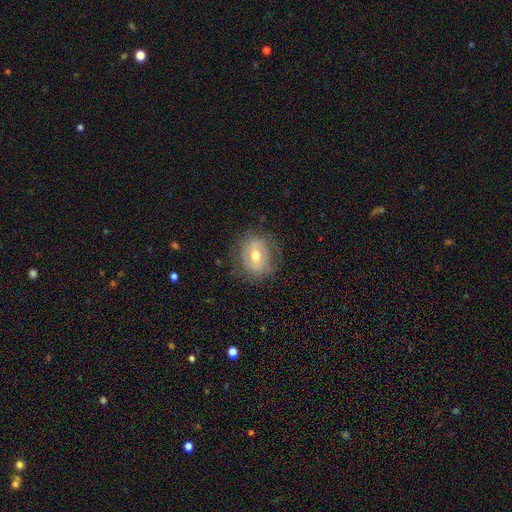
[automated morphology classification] type=featured or disk (60%); edge-on=no (94%); bar=weak (42%); spiral arms=no (51%); bulge=moderate (75%); merging=none (75%).